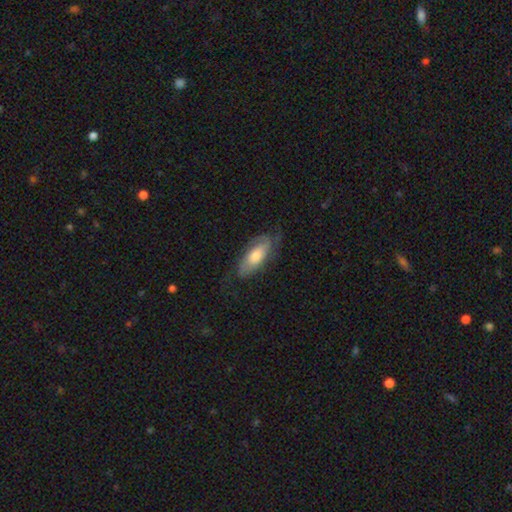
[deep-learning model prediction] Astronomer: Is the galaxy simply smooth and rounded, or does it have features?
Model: featured or disk — 57% (runner-up: smooth, 37%).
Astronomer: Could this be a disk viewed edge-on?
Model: no — 85%.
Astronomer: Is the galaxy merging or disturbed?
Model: none — 65%.